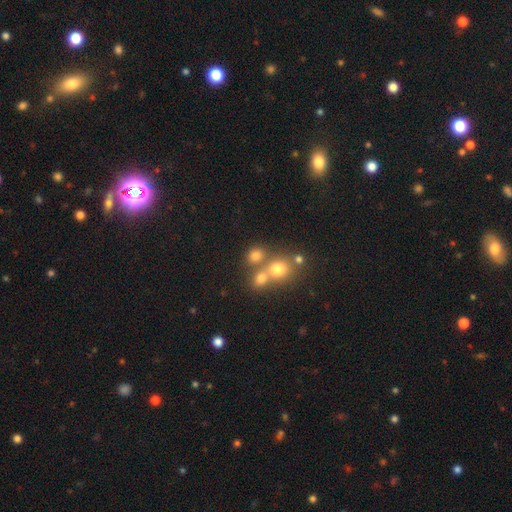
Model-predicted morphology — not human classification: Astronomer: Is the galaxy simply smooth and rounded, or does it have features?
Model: smooth — 73%.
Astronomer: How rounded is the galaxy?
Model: round — 71%.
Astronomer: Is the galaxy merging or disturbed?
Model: none — 52% (runner-up: merger, 35%).